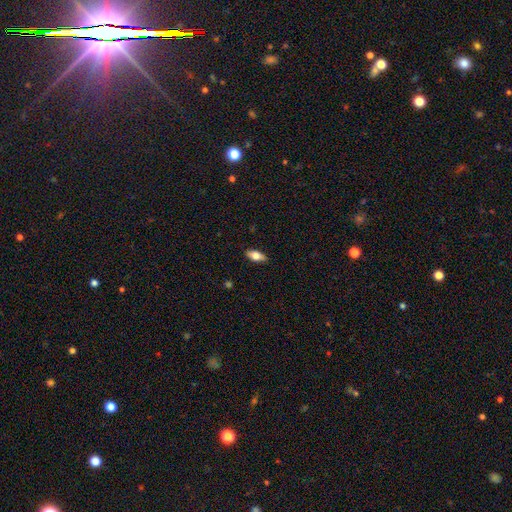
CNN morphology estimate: smooth-or-featured: smooth: 68% | featured or disk: 25% | star or artifact: 7%
  how-rounded: in between: 84% | cigar-shaped: 13% | round: 3%
  merging: none: 87% | minor disturbance: 10% | major disturbance: 2% | merger: 1%